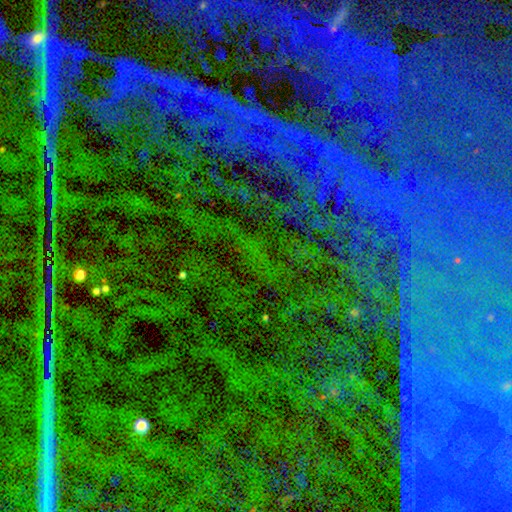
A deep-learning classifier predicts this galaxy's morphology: Q: Smooth or featured?
A: star or artifact (83%); runner-up: featured or disk (9%)